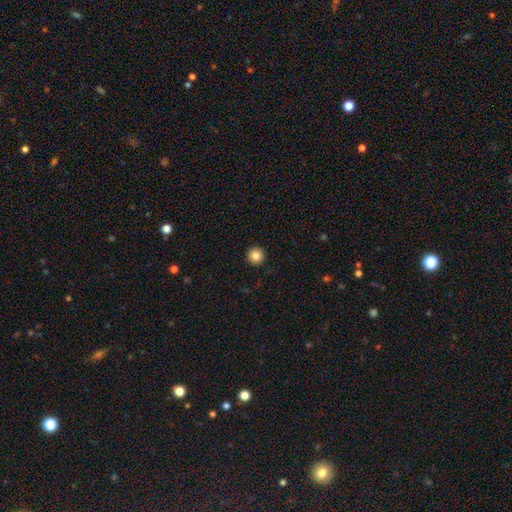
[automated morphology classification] smooth_or_featured: smooth (p=0.85) [alt: star or artifact p=0.10]
how_rounded: round (p=0.96) [alt: in between p=0.03]
merging: none (p=0.94) [alt: minor disturbance p=0.04]